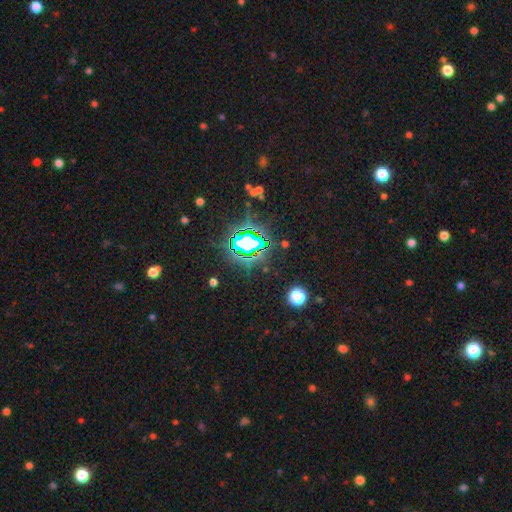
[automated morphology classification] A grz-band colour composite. It shows a star or artifact, not a galaxy (84%).